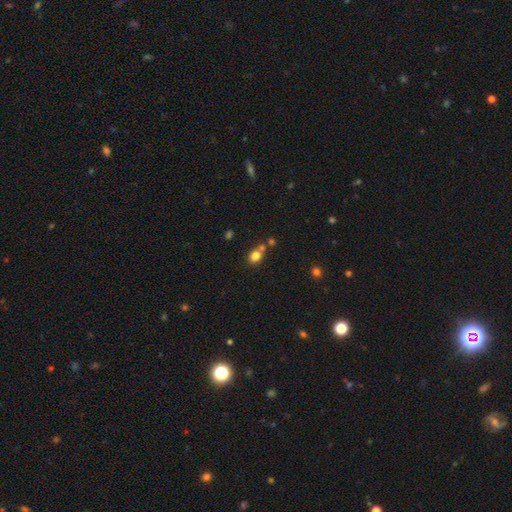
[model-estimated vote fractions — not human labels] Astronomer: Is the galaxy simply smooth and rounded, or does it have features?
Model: smooth — 80%.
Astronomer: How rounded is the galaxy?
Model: round — 56% (runner-up: in between, 43%).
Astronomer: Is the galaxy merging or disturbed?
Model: none — 56%.